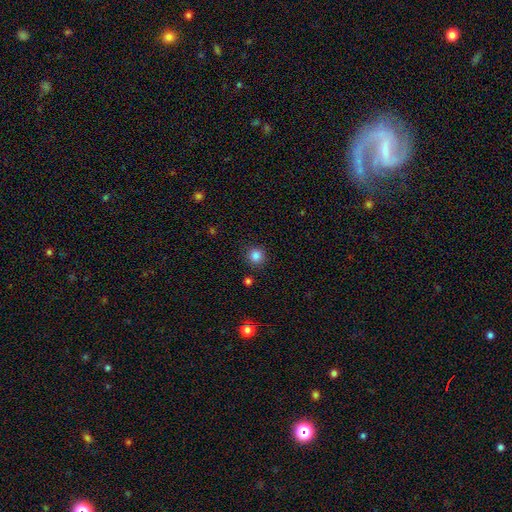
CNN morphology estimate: smooth-or-featured: smooth: 85% | star or artifact: 12% | featured or disk: 4%
  how-rounded: round: 93% | in between: 6% | cigar-shaped: 1%
  merging: none: 89% | minor disturbance: 7% | major disturbance: 2% | merger: 2%